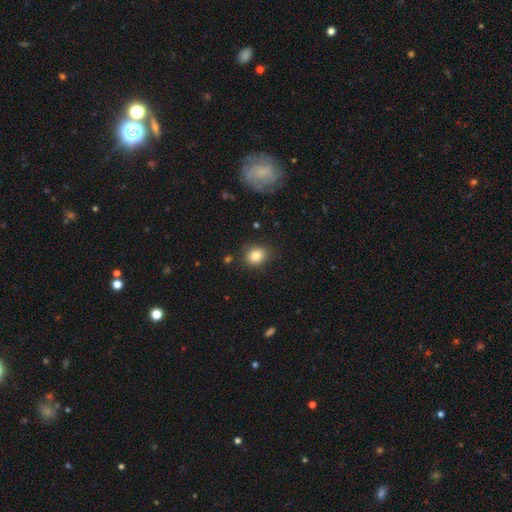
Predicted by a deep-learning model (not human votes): Smooth or featured: smooth — 84% (star or artifact — 10%)
How rounded: round — 65% (in between — 34%)
Merging: none — 84% (minor disturbance — 11%)